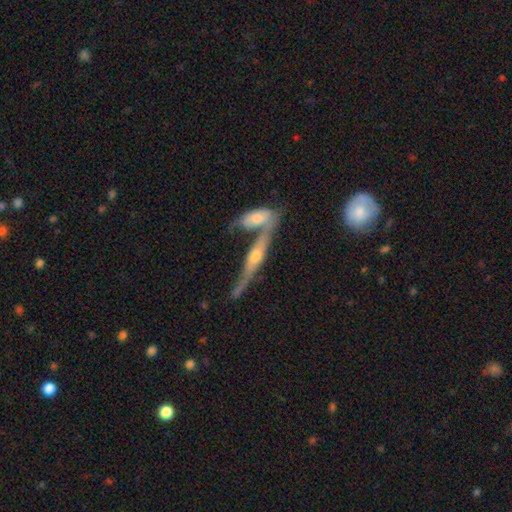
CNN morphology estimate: featured or disk 75%, smooth 15%, star or artifact 10%. Down the decision tree: edge-on disk — yes (90%); edge-on bulge — rounded (89%); merging — none (52%).